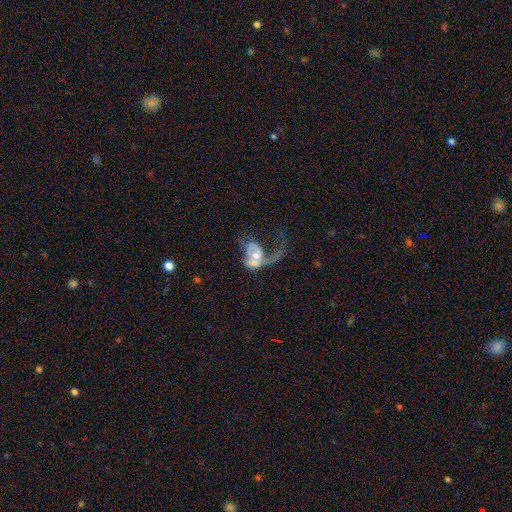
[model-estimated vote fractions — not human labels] The model was most divided on "merging": merger: 41%, major disturbance: 38%, none: 13%, minor disturbance: 8%. More confident: edge-on disk — no (96%); bar — no (73%); smooth or featured — featured or disk (65%); spiral arms — yes (63%); bulge size — moderate (56%).